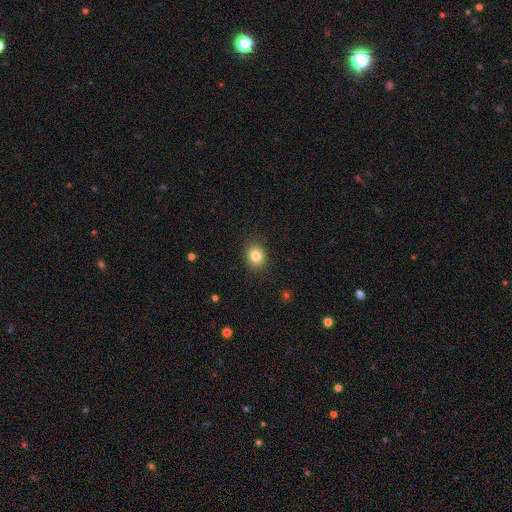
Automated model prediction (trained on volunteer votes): Overall: smooth (83%). How rounded: round (56%; in between 43%). Merging: none (89%).